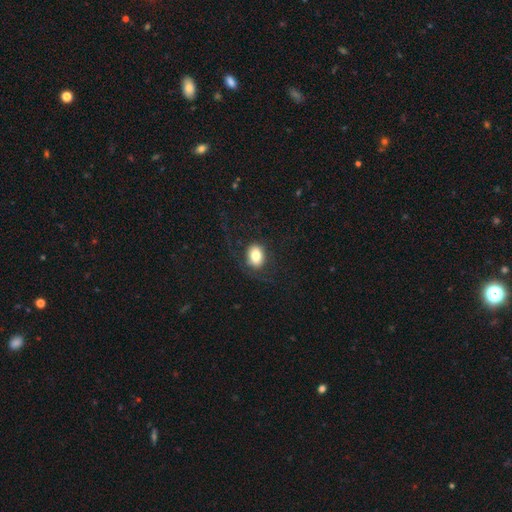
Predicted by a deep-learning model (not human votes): smooth-or-featured: smooth: 76% | featured or disk: 14% | star or artifact: 9%
  how-rounded: in between: 66% | round: 33% | cigar-shaped: 1%
  merging: none: 75% | minor disturbance: 13% | major disturbance: 11% | merger: 1%